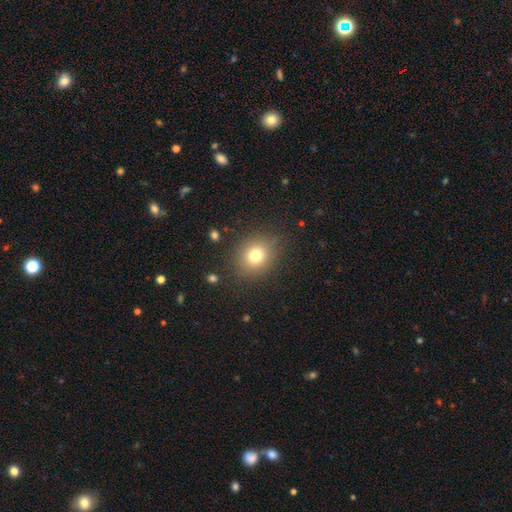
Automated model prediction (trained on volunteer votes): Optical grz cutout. It shows a smooth galaxy with no disk features (76%) that is round (71%). Merging: none (85%).